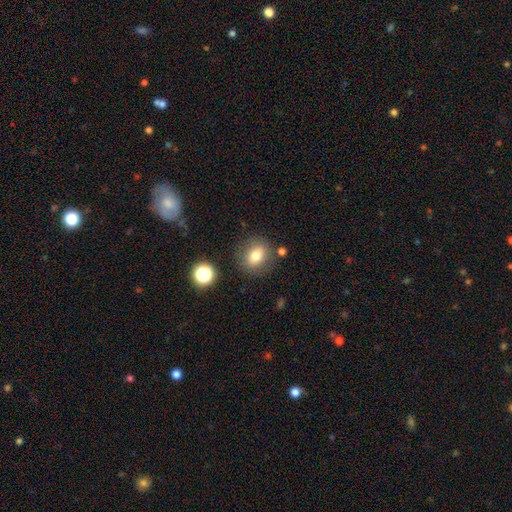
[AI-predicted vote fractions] A smooth galaxy with no disk features (76%) that is round (57%). Merging: none (80%).